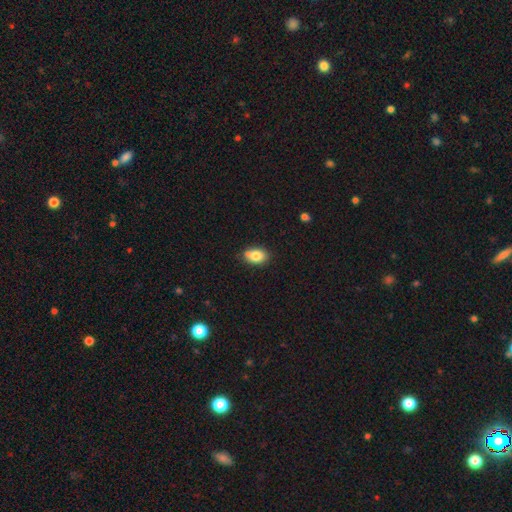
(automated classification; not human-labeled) Smooth or featured: smooth — 81% (featured or disk — 10%)
How rounded: in between — 78% (round — 21%)
Merging: none — 65% (minor disturbance — 19%)